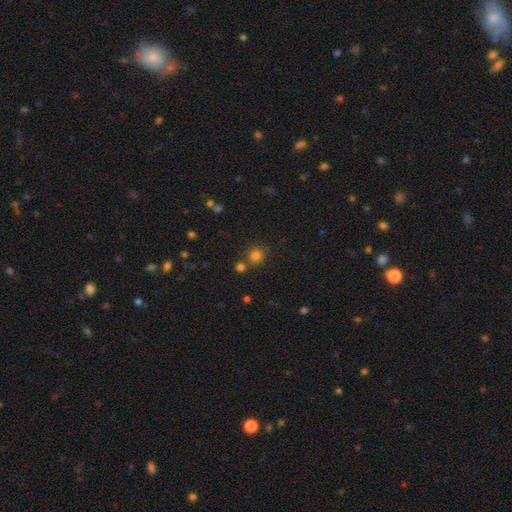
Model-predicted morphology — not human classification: The model was most divided on "merging": none: 72%, merger: 17%, minor disturbance: 8%, major disturbance: 3%. More confident: how rounded — round (90%); smooth or featured — smooth (79%).